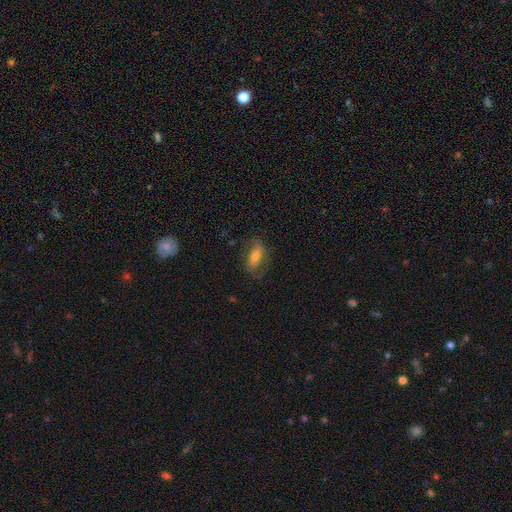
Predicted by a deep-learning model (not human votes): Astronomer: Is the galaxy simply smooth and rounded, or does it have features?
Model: smooth — 48% (runner-up: featured or disk, 44%).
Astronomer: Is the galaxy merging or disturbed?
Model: none — 68%.